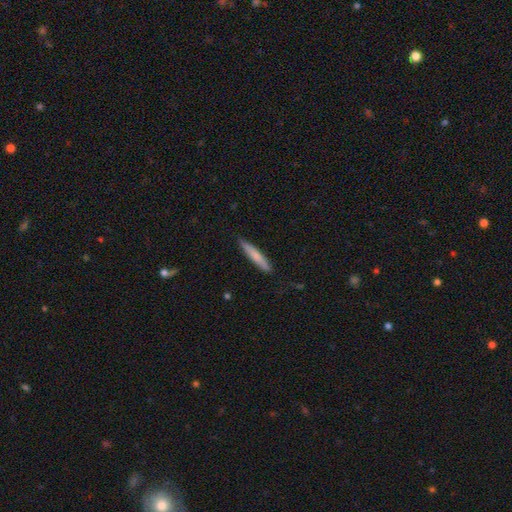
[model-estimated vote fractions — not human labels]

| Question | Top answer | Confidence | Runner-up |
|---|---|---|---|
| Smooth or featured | smooth | 72% | featured or disk (22%) |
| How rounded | cigar-shaped | 93% | in between (5%) |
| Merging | none | 88% | minor disturbance (9%) |